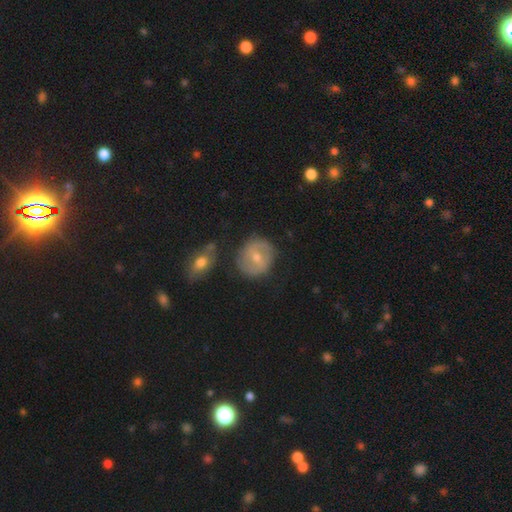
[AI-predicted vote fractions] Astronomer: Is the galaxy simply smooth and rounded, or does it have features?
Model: featured or disk — 53% (runner-up: smooth, 38%).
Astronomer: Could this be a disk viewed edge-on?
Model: no — 95%.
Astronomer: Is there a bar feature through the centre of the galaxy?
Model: weak — 47% (runner-up: no, 32%).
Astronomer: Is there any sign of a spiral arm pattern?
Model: yes — 58% (runner-up: no, 42%).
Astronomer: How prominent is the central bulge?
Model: moderate — 53% (runner-up: small, 43%).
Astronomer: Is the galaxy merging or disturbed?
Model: none — 80%.